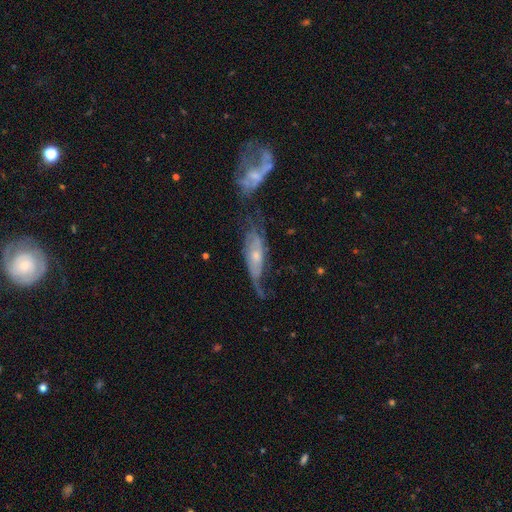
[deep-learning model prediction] smooth-or-featured: featured or disk: 66% | smooth: 26% | star or artifact: 8%
  disk-edge-on: no: 77% | yes: 23%
    bar: no: 72% | weak: 22% | strong: 6%
    has-spiral-arms: yes: 74% | no: 26%
    bulge-size: small: 50% | moderate: 42% | none: 4% | large: 3% | dominant: 1%
  merging: none: 29% | major disturbance: 27% | minor disturbance: 24% | merger: 21%